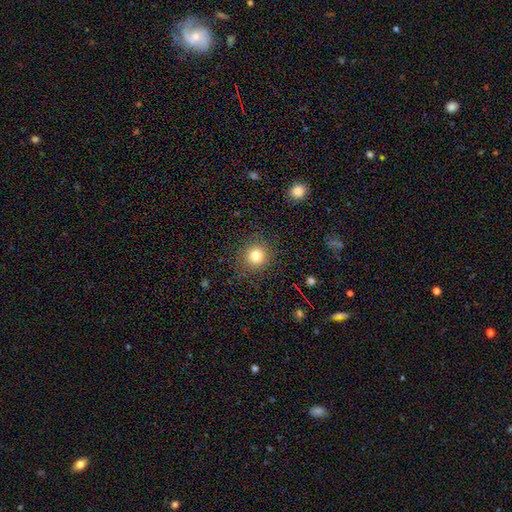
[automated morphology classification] This appears to be a smooth galaxy with no disk features (81%) that is round (91%). Merging: none (88%).